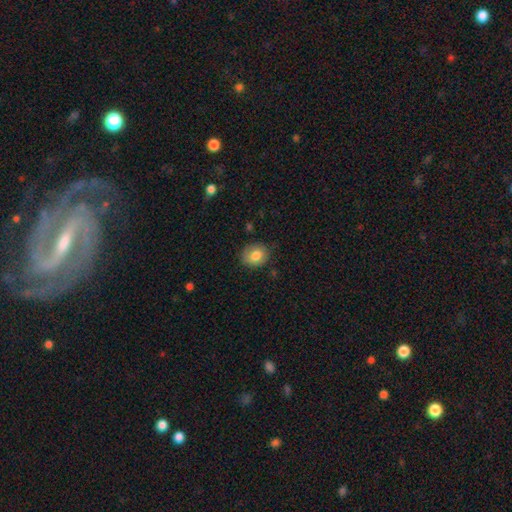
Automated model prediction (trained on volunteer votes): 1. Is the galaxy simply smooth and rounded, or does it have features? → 81% smooth, 11% featured or disk, 8% star or artifact.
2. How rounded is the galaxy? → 66% round, 33% in between, 1% cigar-shaped.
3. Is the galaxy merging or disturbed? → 78% none, 17% minor disturbance, 3% major disturbance, 1% merger.